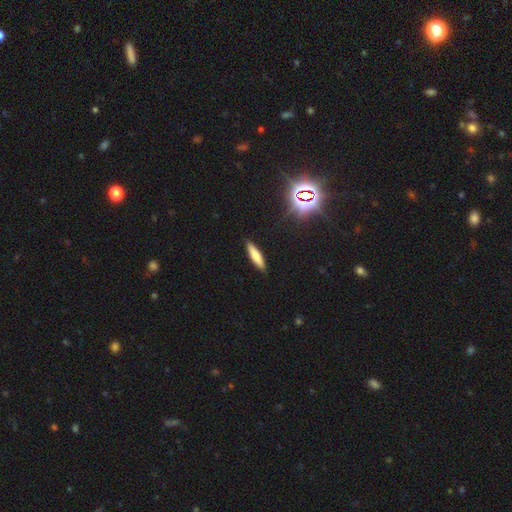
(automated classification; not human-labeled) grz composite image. It shows a smooth galaxy with no disk features (71%) that is cigar-shaped (76%). Merging: none (90%).